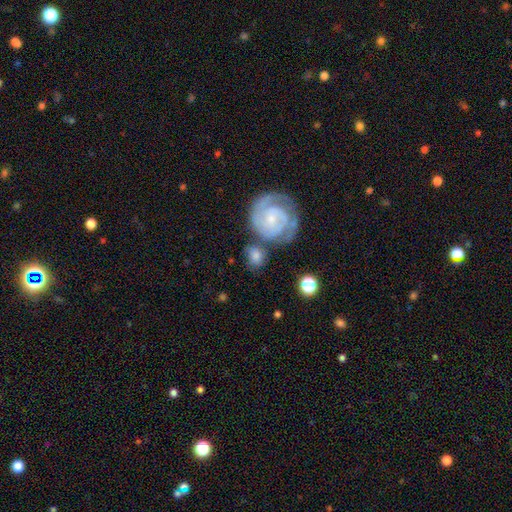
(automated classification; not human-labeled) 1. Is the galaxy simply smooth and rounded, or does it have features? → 48% smooth, 44% featured or disk, 8% star or artifact.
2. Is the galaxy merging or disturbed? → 57% none, 20% merger, 16% minor disturbance, 7% major disturbance.